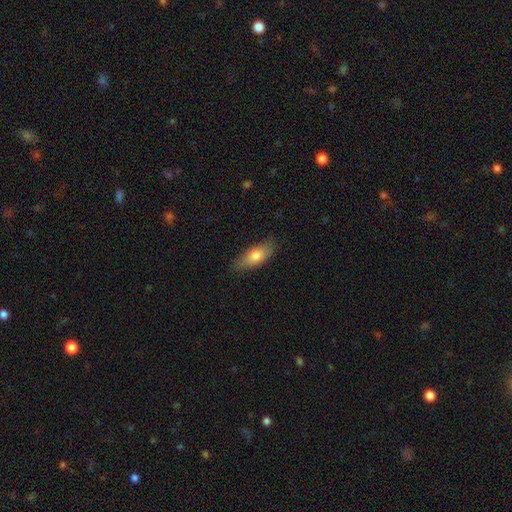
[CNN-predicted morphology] Overall: smooth (75%). How rounded: in between (76%). Merging: none (78%).